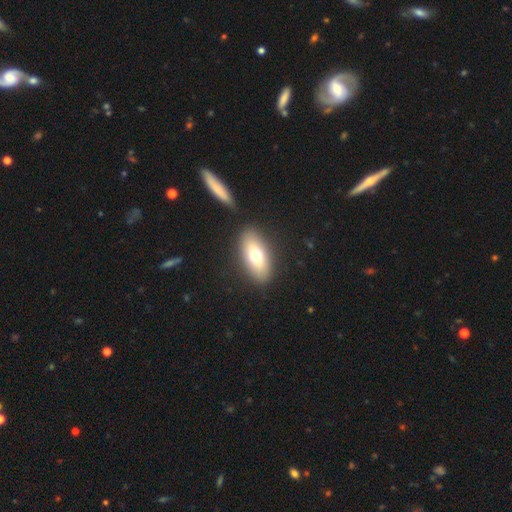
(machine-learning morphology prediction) A smooth galaxy with no disk features (69%) that is in between round and cigar-shaped (84%). Merging: none (85%).